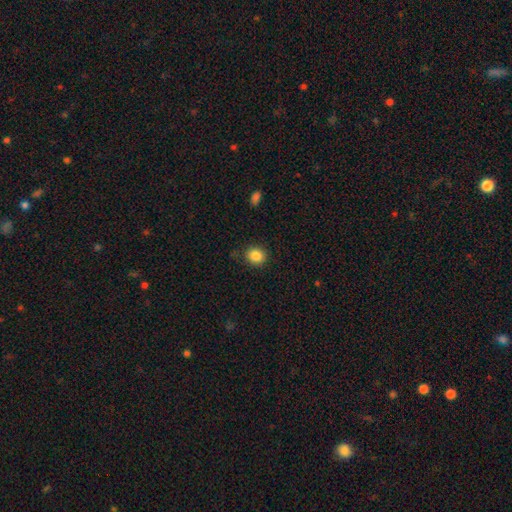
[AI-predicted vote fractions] smooth 85%, star or artifact 10%, featured or disk 5%. Down the decision tree: how rounded — round (82%); merging — none (86%).